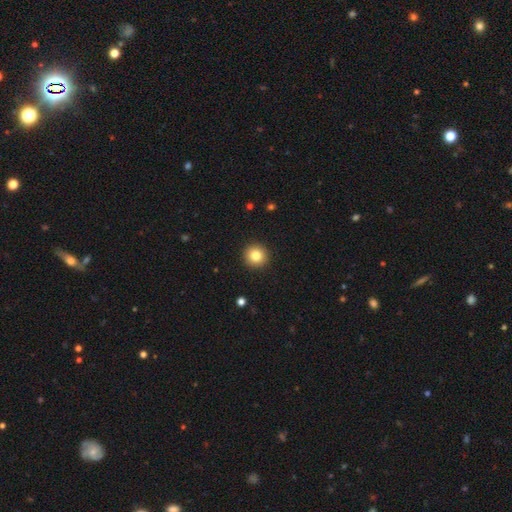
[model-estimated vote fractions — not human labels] A smooth galaxy with no disk features (83%) that is round (95%).

Vote fractions:
- Smooth or featured? smooth: 83% / star or artifact: 10% / featured or disk: 7%
- How rounded? round: 95% / in between: 4% / cigar-shaped: 1%
- Merging? none: 93% / minor disturbance: 5% / major disturbance: 1% / merger: 1%